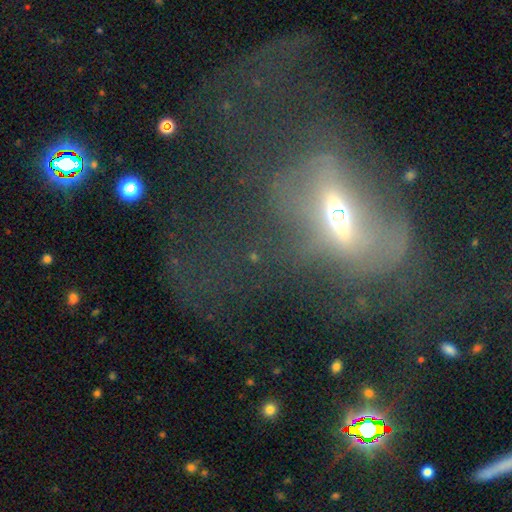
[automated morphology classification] The model was most divided on "smooth or featured": featured or disk: 55%, smooth: 27%, star or artifact: 18%. More confident: edge-on disk — no (76%); merging — major disturbance (59%).